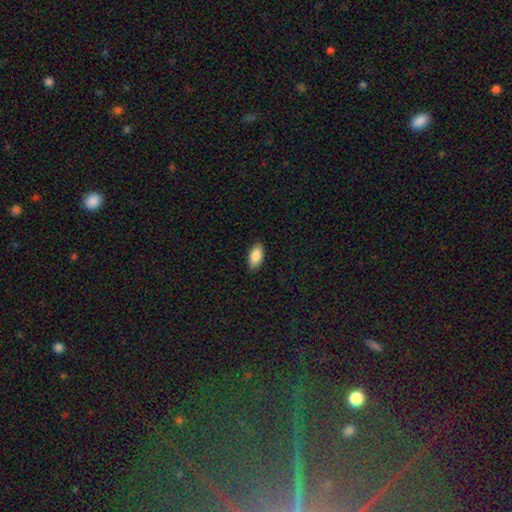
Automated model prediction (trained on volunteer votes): Smooth or featured?
  - smooth: 88% *
  - star or artifact: 7%
  - featured or disk: 6%
How rounded?
  - in between: 93% *
  - cigar-shaped: 4%
  - round: 3%
Merging?
  - none: 88% *
  - minor disturbance: 9%
  - major disturbance: 2%
  - merger: 1%